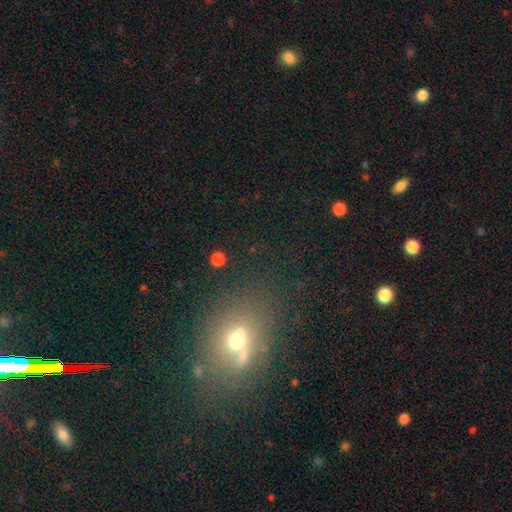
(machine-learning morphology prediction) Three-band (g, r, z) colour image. It shows a smooth galaxy with no disk features (47%). Merging: none (62%).